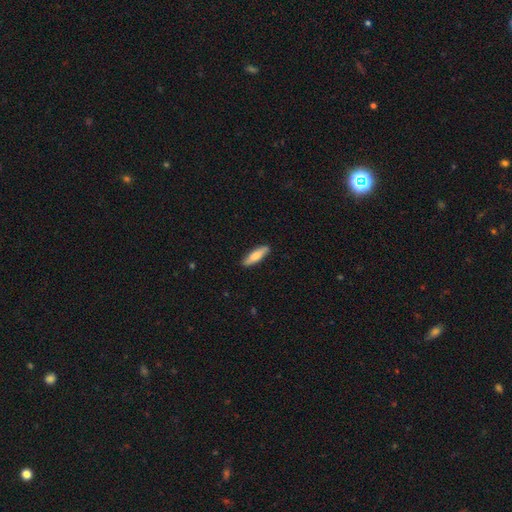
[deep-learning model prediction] Smooth or featured? smooth (76%)
How rounded? cigar-shaped (59%)
Merging? none (88%)